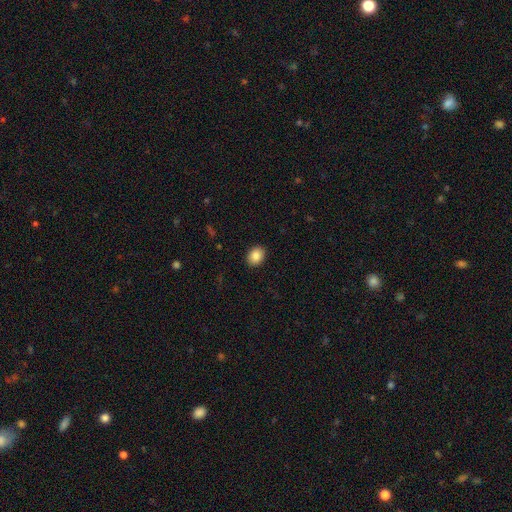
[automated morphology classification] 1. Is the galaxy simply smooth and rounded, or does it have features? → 86% smooth, 8% star or artifact, 5% featured or disk.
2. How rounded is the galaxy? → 56% in between, 43% round, 1% cigar-shaped.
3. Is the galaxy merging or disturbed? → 91% none, 7% minor disturbance, 2% major disturbance, 1% merger.